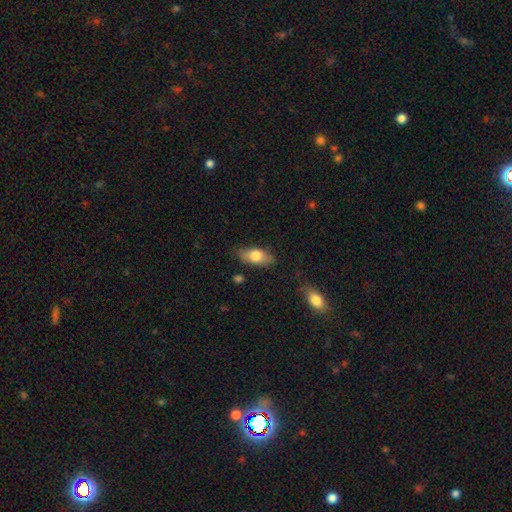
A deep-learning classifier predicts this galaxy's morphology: Smooth or featured: smooth — 75% (featured or disk — 19%)
How rounded: in between — 87% (cigar-shaped — 10%)
Merging: none — 81% (minor disturbance — 14%)